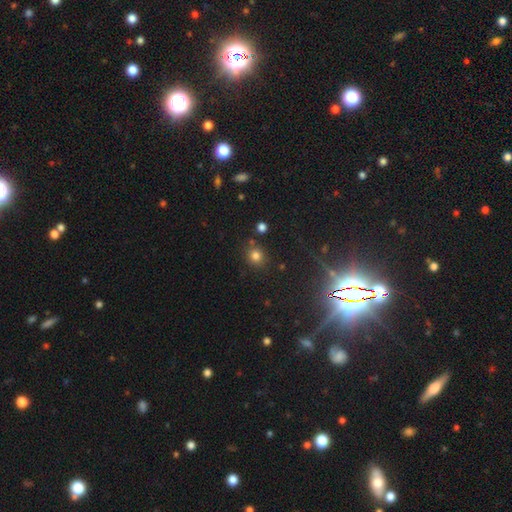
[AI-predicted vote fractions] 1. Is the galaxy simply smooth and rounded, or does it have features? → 76% smooth, 17% star or artifact, 7% featured or disk.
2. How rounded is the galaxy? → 85% round, 14% in between, 1% cigar-shaped.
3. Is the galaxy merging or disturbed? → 81% none, 9% minor disturbance, 7% merger, 3% major disturbance.